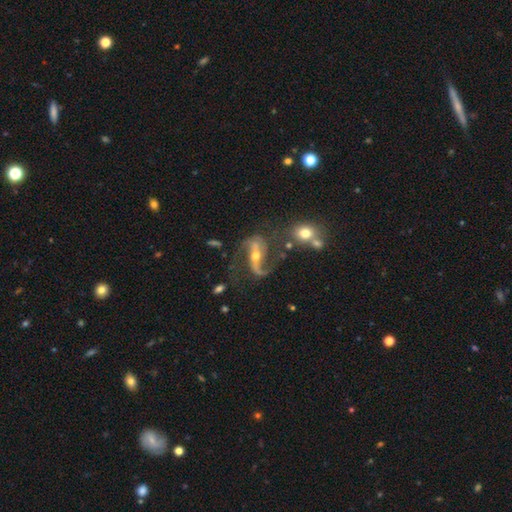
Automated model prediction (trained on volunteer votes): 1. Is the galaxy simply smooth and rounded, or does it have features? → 88% featured or disk, 7% star or artifact, 5% smooth.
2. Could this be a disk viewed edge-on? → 95% no, 5% yes.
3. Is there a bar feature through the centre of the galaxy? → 48% strong, 27% weak, 24% no.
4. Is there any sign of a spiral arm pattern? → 96% yes, 4% no.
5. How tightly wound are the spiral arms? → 61% loose, 30% medium, 9% tight.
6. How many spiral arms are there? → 89% 2, 5% 1, 3% can't tell, 2% 3, 1% 4, 1% more than 4.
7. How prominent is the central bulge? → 48% moderate (tied), 48% small (tied), 2% large, 1% none, 1% dominant.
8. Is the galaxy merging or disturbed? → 57% none, 18% minor disturbance, 17% major disturbance, 8% merger.